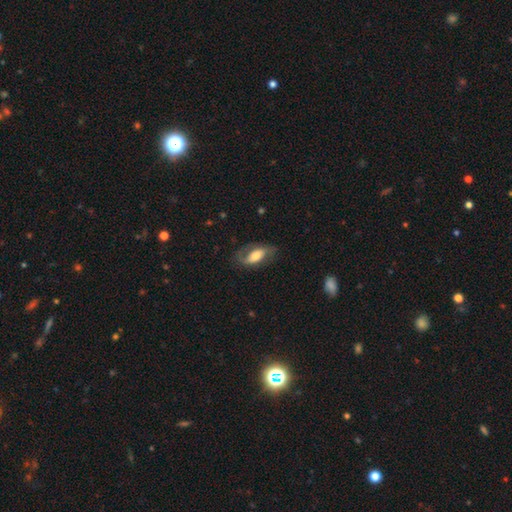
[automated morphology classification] This is possibly a featured or disk galaxy (49%). Merging: likely none (64%).